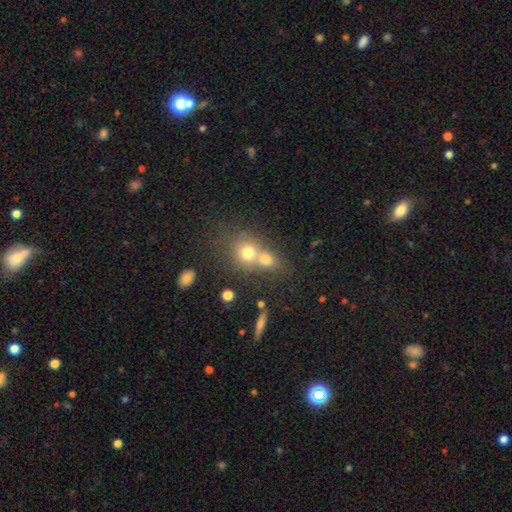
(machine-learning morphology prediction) Smooth or featured? Predicted: smooth (p=0.64). How rounded? Predicted: round (p=0.74). Merging? Predicted: merger (p=0.57).